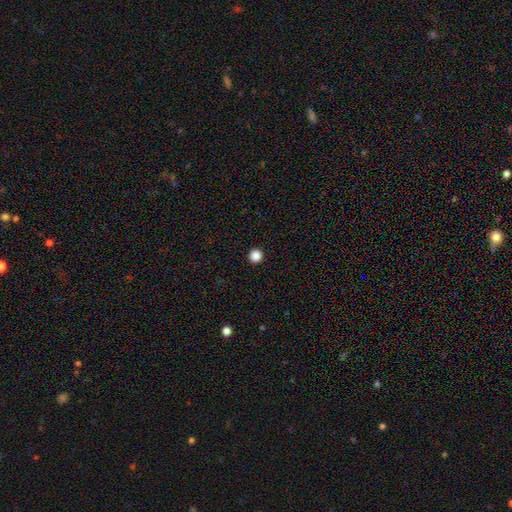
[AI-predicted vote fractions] Q: Smooth or featured?
A: smooth (87%); runner-up: star or artifact (11%)
Q: How rounded?
A: round (96%); runner-up: in between (3%)
Q: Merging?
A: none (94%); runner-up: minor disturbance (3%)